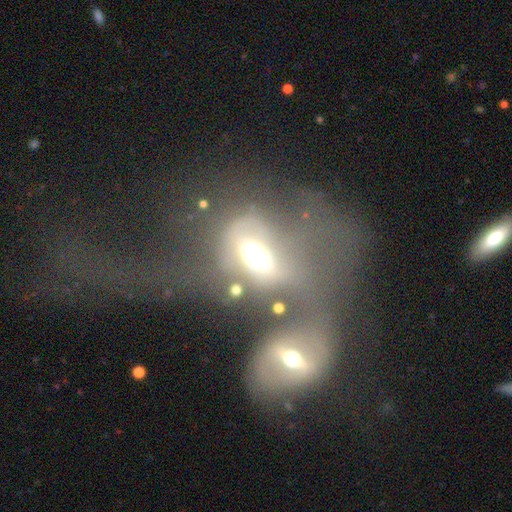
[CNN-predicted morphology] Q: Smooth or featured?
A: featured or disk (42%); tied with: smooth (42%)
Q: Merging?
A: merger (40%); runner-up: major disturbance (32%)